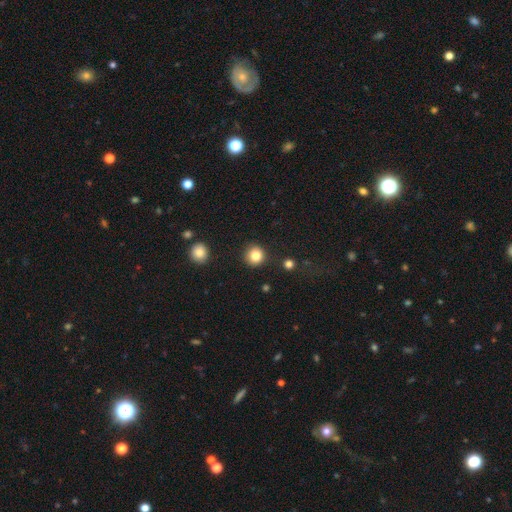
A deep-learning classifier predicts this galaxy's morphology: type=smooth (84%); roundness=round (93%); merging=none (90%).